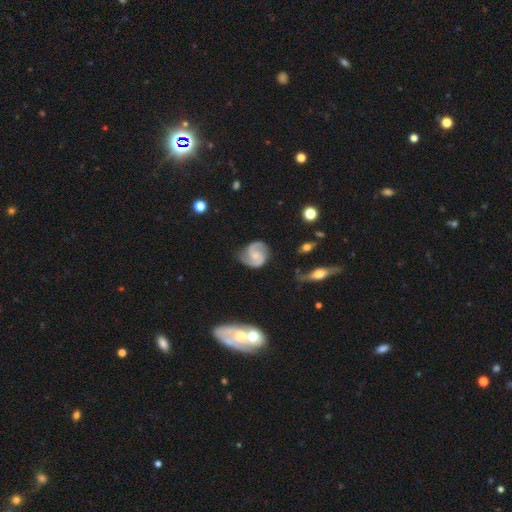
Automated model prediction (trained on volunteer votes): Smooth or featured? featured or disk (84%)
Edge-on disk? no (98%)
Bar? no (55%)
Spiral arms? yes (97%)
Spiral winding? medium (53%)
Spiral arm count? 2 (92%)
Bulge size? small (46%)
Merging? none (77%)